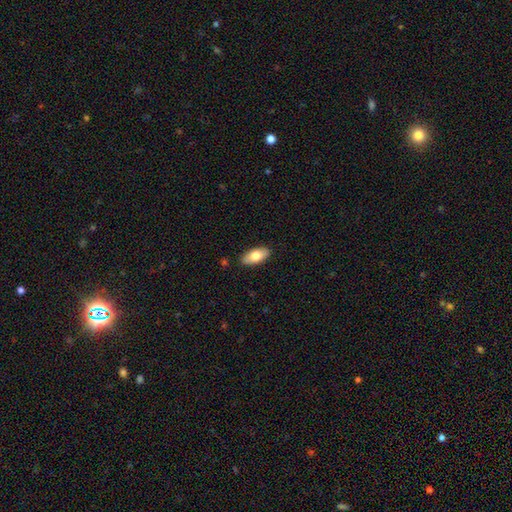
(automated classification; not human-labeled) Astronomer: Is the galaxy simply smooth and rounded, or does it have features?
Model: smooth — 77%.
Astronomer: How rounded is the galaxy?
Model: in between — 89%.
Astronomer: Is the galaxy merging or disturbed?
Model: none — 88%.